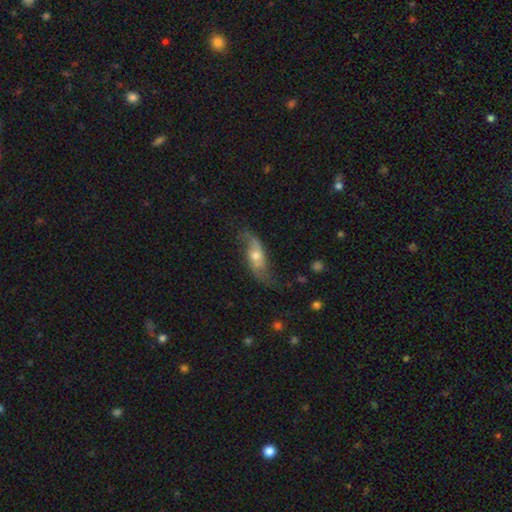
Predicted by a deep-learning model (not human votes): Q: Smooth or featured?
A: featured or disk (71%); runner-up: smooth (22%)
Q: Edge-on disk?
A: no (85%); runner-up: yes (15%)
Q: Bar?
A: no (64%); runner-up: weak (28%)
Q: Spiral arms?
A: yes (88%); runner-up: no (12%)
Q: Spiral winding?
A: loose (78%); runner-up: medium (16%)
Q: Spiral arm count?
A: 2 (88%); runner-up: can't tell (5%)
Q: Bulge size?
A: moderate (59%); runner-up: small (32%)
Q: Merging?
A: none (61%); runner-up: minor disturbance (23%)